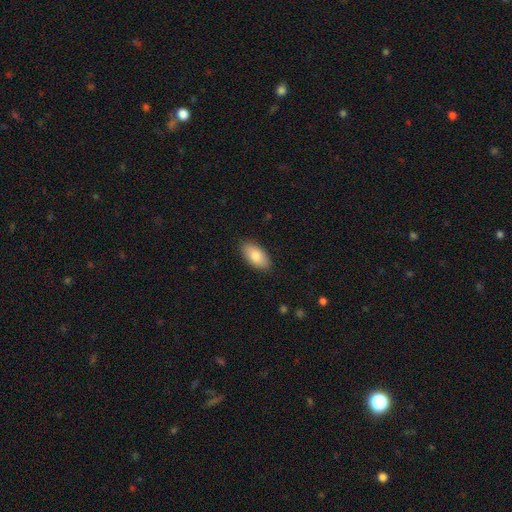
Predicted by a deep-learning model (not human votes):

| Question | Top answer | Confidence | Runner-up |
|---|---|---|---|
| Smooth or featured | smooth | 83% | featured or disk (11%) |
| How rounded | in between | 94% | cigar-shaped (4%) |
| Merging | none | 87% | minor disturbance (10%) |